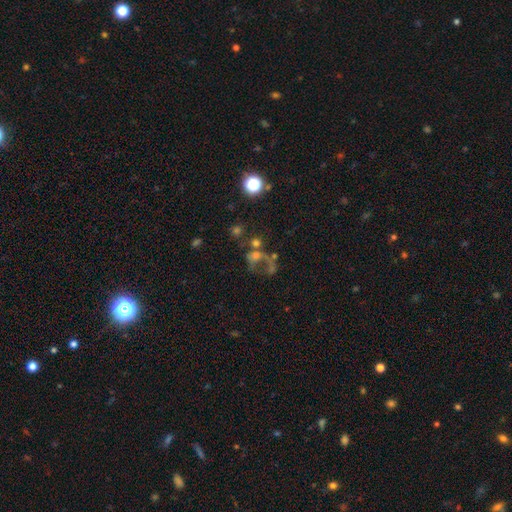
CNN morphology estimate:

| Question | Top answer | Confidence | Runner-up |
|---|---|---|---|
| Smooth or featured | featured or disk | 36% | smooth (32%) |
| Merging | none | 32% | merger (31%) |